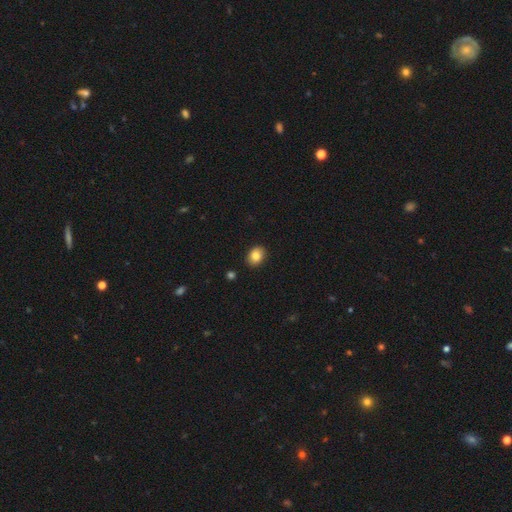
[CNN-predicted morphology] A smooth galaxy with no disk features (83%) that is in between round and cigar-shaped (65%).

Vote fractions:
- Smooth or featured? smooth: 83% / star or artifact: 9% / featured or disk: 8%
- How rounded? in between: 65% / round: 34% / cigar-shaped: 1%
- Merging? none: 89% / minor disturbance: 7% / major disturbance: 2% / merger: 1%